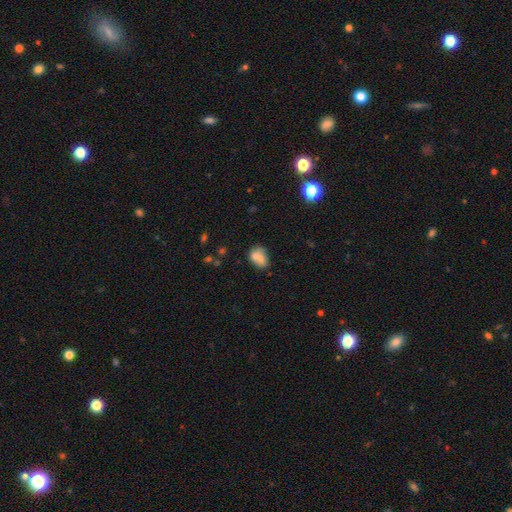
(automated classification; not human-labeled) smooth 67%, featured or disk 23%, star or artifact 10%. Down the decision tree: how rounded — in between (62%); merging — merger (49%).